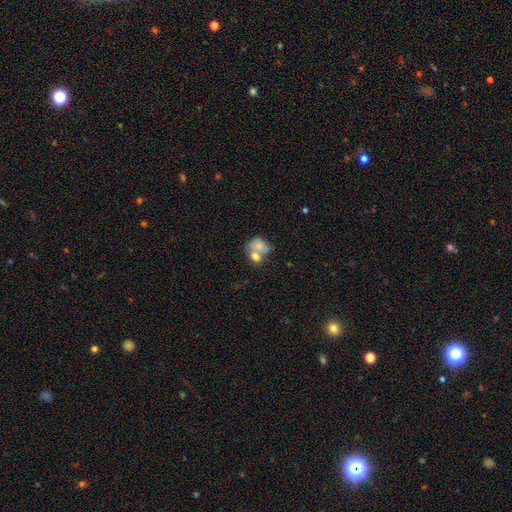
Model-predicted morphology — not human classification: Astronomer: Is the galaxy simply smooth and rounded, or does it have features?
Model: smooth — 70%.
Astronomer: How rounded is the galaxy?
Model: in between — 56% (runner-up: round, 42%).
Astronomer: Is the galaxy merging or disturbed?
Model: merger — 62%.